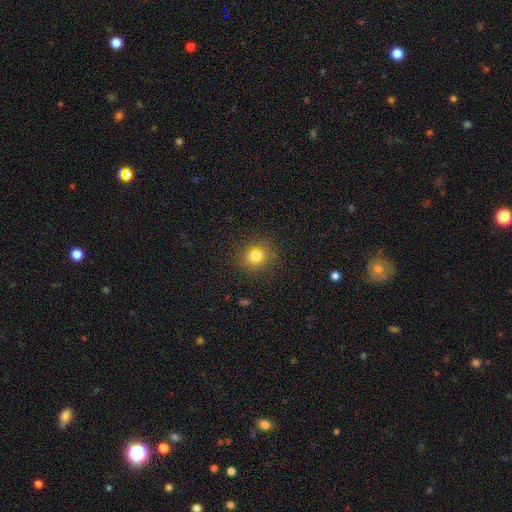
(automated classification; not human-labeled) smooth 77%, star or artifact 16%, featured or disk 7%. Down the decision tree: how rounded — round (86%); merging — none (85%).